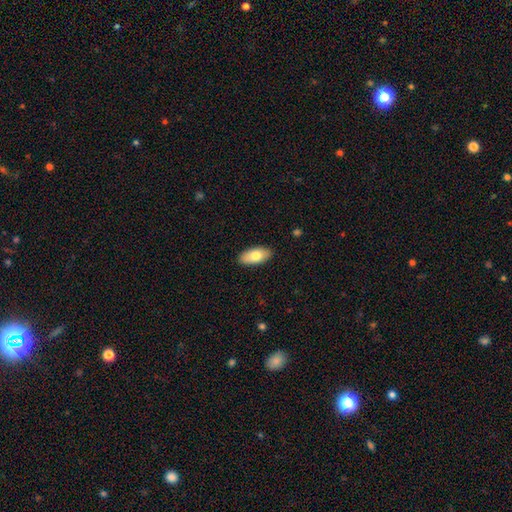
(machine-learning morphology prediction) A smooth galaxy with no disk features (76%) that is in between round and cigar-shaped (91%). Merging: none (89%).